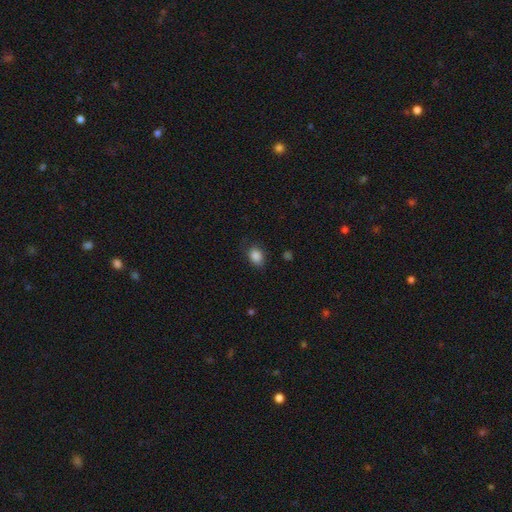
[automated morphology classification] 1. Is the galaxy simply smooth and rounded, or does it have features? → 86% smooth, 9% star or artifact, 5% featured or disk.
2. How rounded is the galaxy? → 66% in between, 33% round, 1% cigar-shaped.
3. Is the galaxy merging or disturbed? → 75% none, 18% minor disturbance, 5% major disturbance, 1% merger.